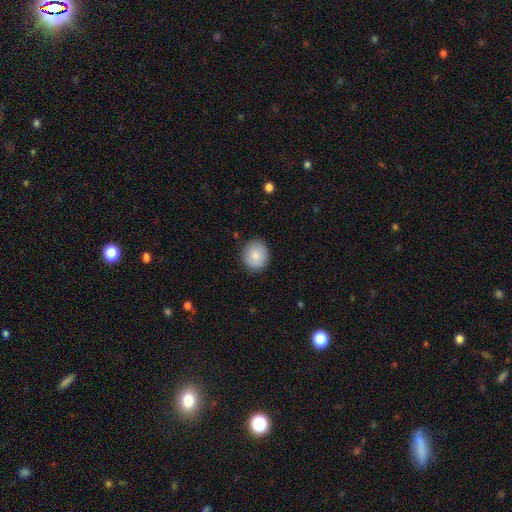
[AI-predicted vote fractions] Smooth or featured? smooth (85%)
How rounded? round (86%)
Merging? none (89%)